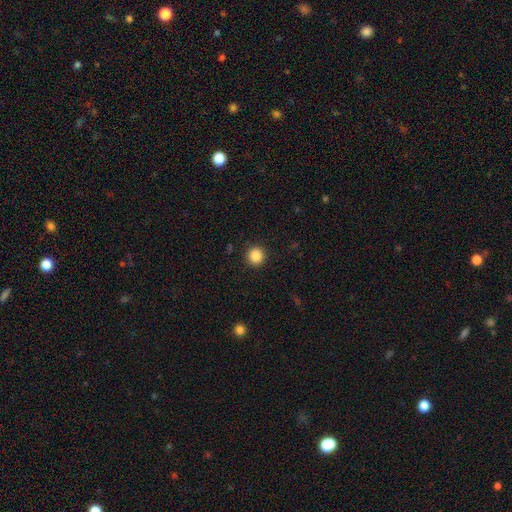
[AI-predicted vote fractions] The model was most divided on "smooth or featured": smooth: 87%, star or artifact: 10%, featured or disk: 3%. More confident: how rounded — round (94%); merging — none (92%).